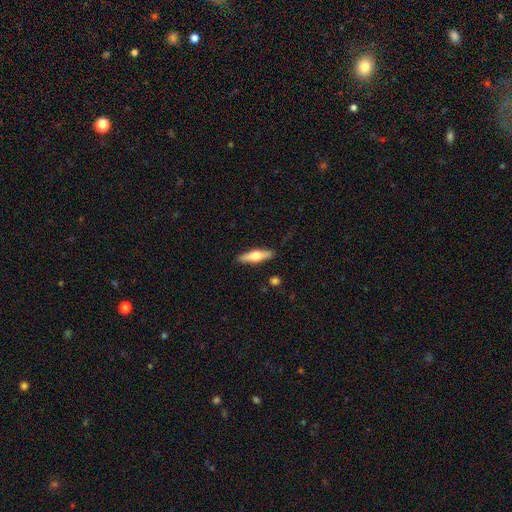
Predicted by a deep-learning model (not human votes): A smooth galaxy with no disk features (50%) that is cigar-shaped (61%).

Vote fractions:
- Smooth or featured? smooth: 50% / featured or disk: 44% / star or artifact: 6%
- How rounded? cigar-shaped: 61% / in between: 37% / round: 2%
- Merging? none: 88% / minor disturbance: 9% / major disturbance: 2% / merger: 2%